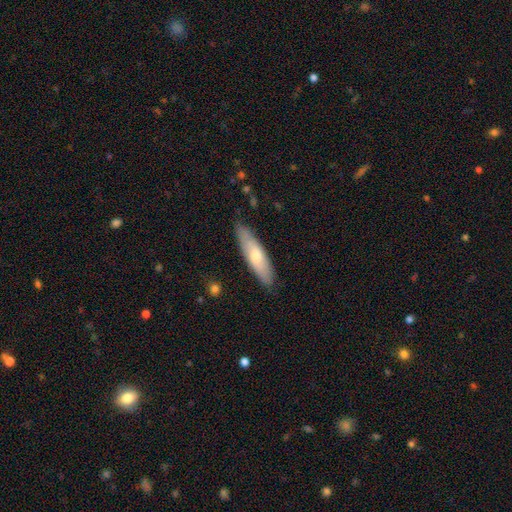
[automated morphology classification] Overall: smooth (64%; featured or disk 31%). How rounded: cigar-shaped (69%; in between 30%). Merging: none (85%).